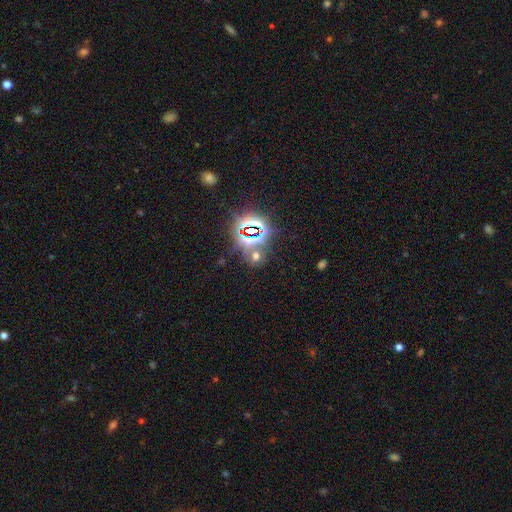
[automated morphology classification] This appears to be a star or artifact, not a galaxy (60%).